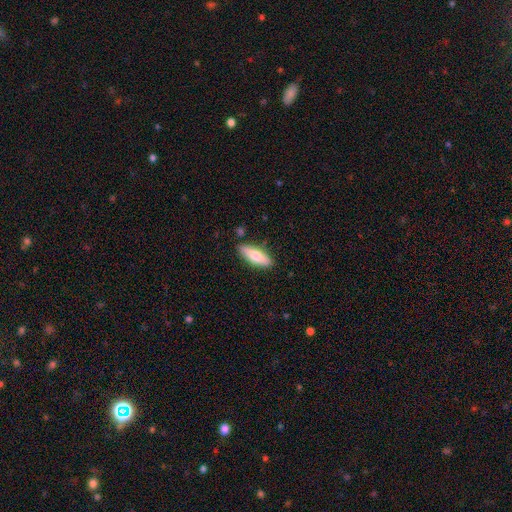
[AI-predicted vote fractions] smooth-or-featured: smooth: 68% | featured or disk: 26% | star or artifact: 6%
  how-rounded: in between: 58% | cigar-shaped: 40% | round: 2%
  merging: none: 85% | minor disturbance: 11% | merger: 2% | major disturbance: 2%